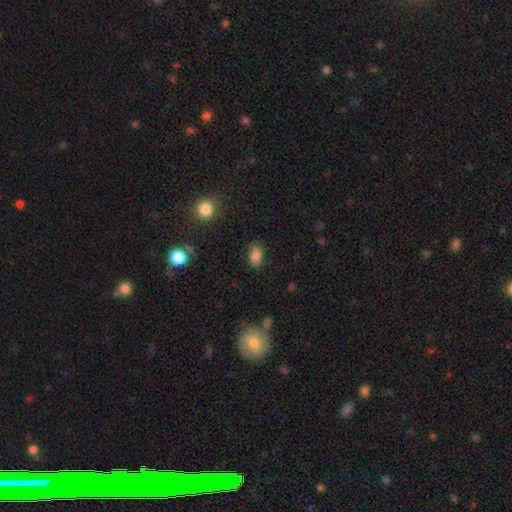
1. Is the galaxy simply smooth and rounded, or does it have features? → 90% smooth, 5% featured or disk, 5% star or artifact.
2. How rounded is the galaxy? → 89% in between, 9% round, 3% cigar-shaped.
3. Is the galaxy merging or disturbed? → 68% none, 27% minor disturbance, 5% major disturbance, 0% merger.